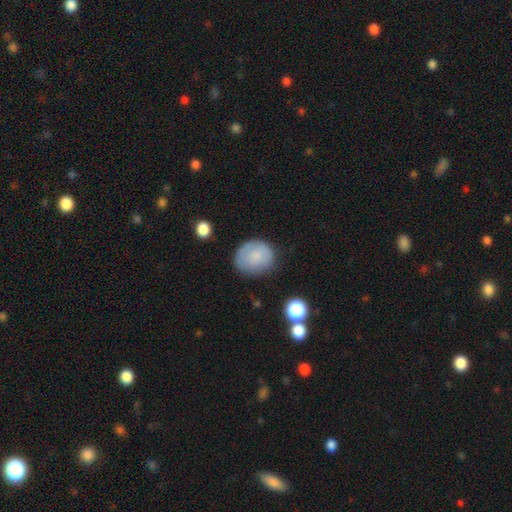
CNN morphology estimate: A smooth galaxy with no disk features (78%) that is round (71%). Merging: none (72%).